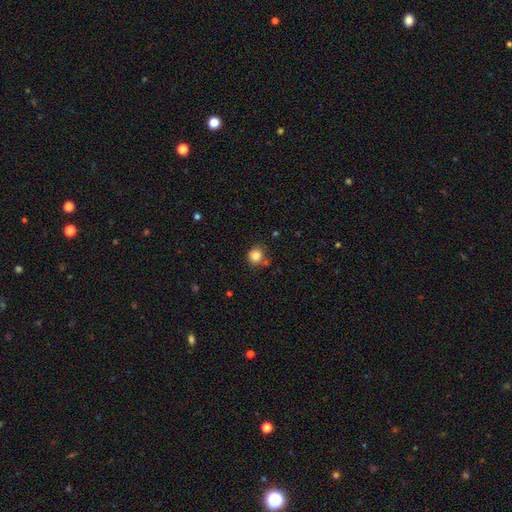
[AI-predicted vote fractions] Morphology: type=smooth (85%); roundness=round (86%); merging=none (75%).